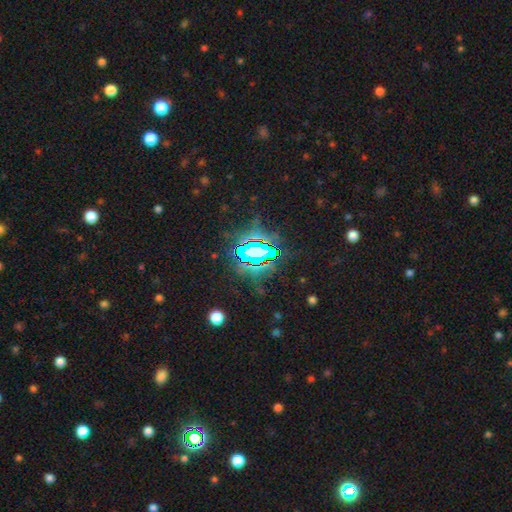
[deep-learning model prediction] A star or artifact, not a galaxy (81%).

Vote fractions:
- Smooth or featured? star or artifact: 81% / smooth: 11% / featured or disk: 8%